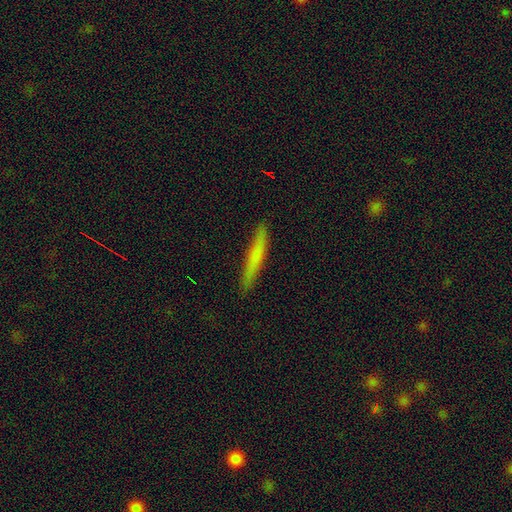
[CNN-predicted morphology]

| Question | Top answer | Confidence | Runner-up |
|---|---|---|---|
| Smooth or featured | smooth | 66% | featured or disk (28%) |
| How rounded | cigar-shaped | 95% | in between (4%) |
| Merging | none | 89% | minor disturbance (9%) |